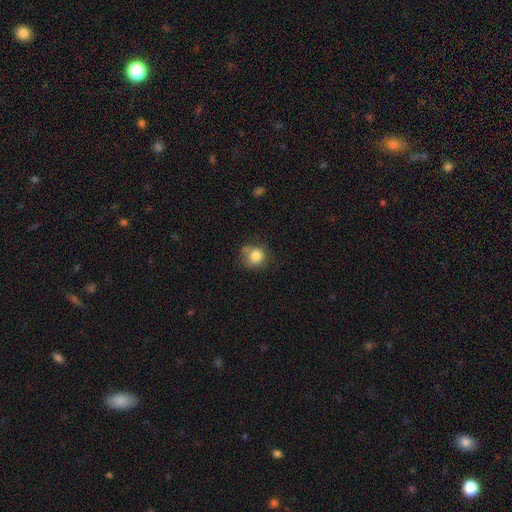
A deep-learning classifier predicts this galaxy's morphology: smooth_or_featured: smooth (p=0.82) [alt: star or artifact p=0.10]
how_rounded: round (p=0.80) [alt: in between p=0.20]
merging: none (p=0.54) [alt: minor disturbance p=0.27]